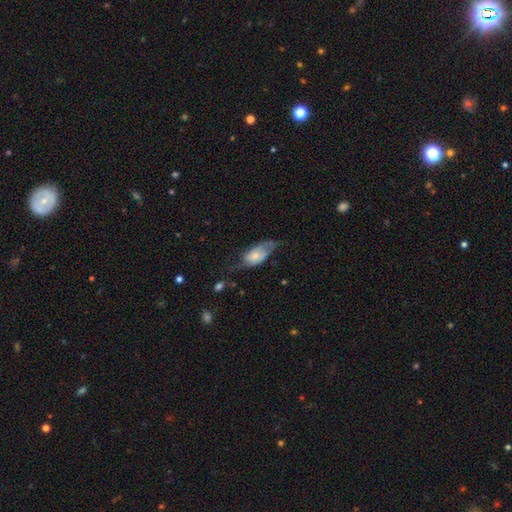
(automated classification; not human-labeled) Smooth or featured? Predicted: featured or disk (p=0.49). Merging? Predicted: none (p=0.37).